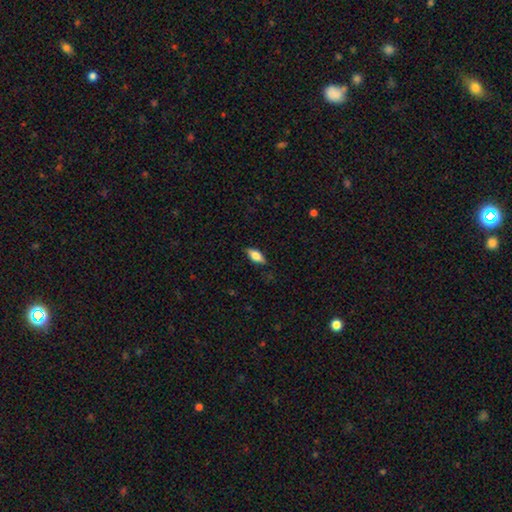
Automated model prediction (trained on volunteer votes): smooth-or-featured: smooth: 66% | featured or disk: 27% | star or artifact: 7%
  how-rounded: in between: 77% | cigar-shaped: 20% | round: 3%
  merging: none: 84% | minor disturbance: 12% | major disturbance: 3% | merger: 1%